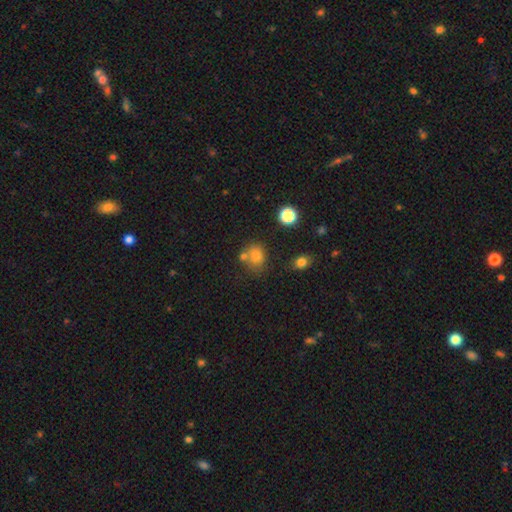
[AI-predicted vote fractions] smooth 74%, star or artifact 16%, featured or disk 10%. Down the decision tree: how rounded — round (64%); merging — none (57%).